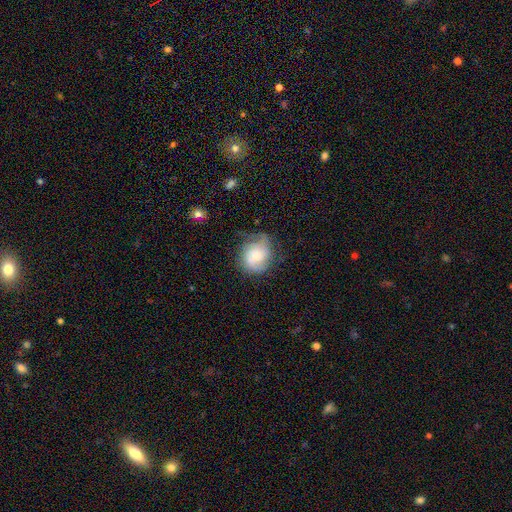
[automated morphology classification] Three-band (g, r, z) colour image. It shows a featured or disk galaxy (55%) with no bar (71%), spiral arms (86%) and a moderate central bulge (41%). Merging: none (54%).